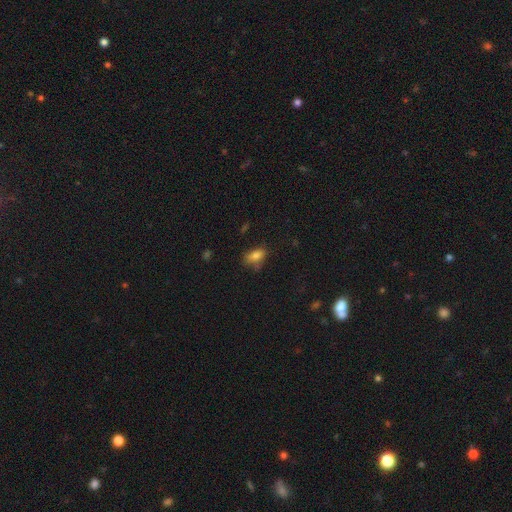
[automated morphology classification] A smooth galaxy with no disk features (79%) that is in between round and cigar-shaped (85%). Merging: none (59%).